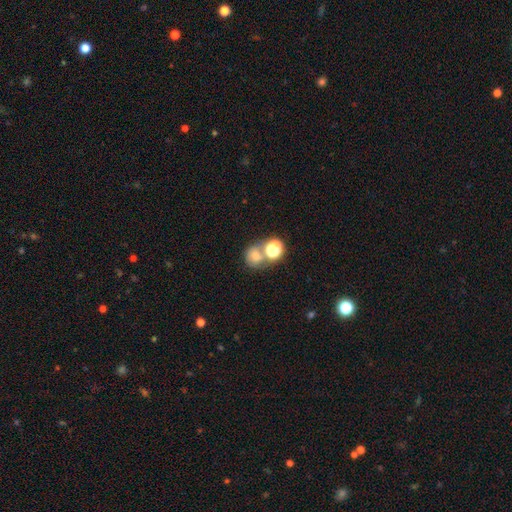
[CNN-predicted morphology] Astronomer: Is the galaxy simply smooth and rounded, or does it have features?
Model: smooth — 65%.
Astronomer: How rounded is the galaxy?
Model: round — 70%.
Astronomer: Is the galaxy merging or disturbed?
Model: merger — 44% (runner-up: none, 39%).